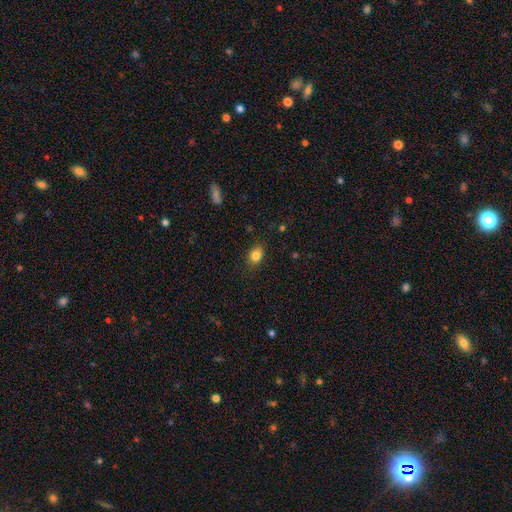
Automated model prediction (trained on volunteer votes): This appears to be a smooth galaxy with no disk features (84%) that is in between round and cigar-shaped (65%). Merging: none (83%).